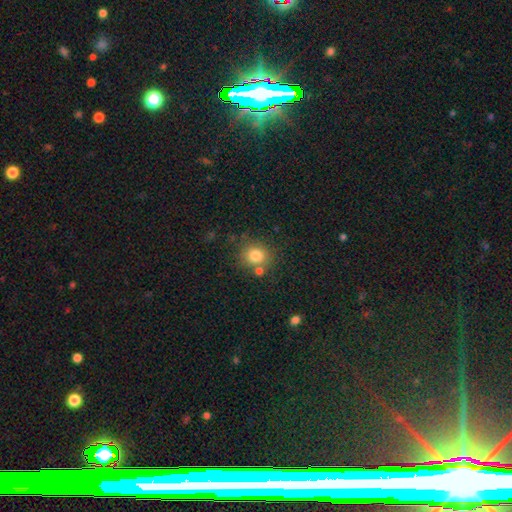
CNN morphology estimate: Q: Smooth or featured?
A: smooth (80%); runner-up: star or artifact (12%)
Q: How rounded?
A: round (82%); runner-up: in between (17%)
Q: Merging?
A: none (73%); runner-up: merger (12%)